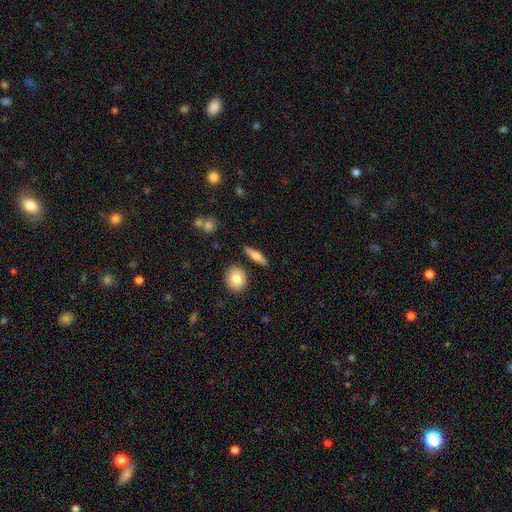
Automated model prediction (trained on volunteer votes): Overall: smooth (55%; featured or disk 39%). How rounded: cigar-shaped (54%; in between 39%). Merging: none (85%).